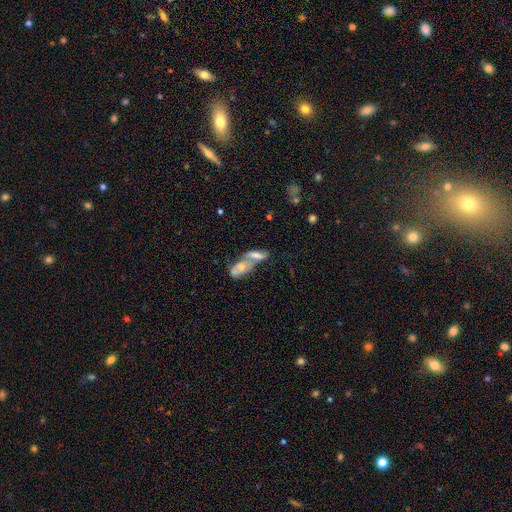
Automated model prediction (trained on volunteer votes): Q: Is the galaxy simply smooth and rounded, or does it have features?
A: smooth — 48%.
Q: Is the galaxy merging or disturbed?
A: merger — 65%.